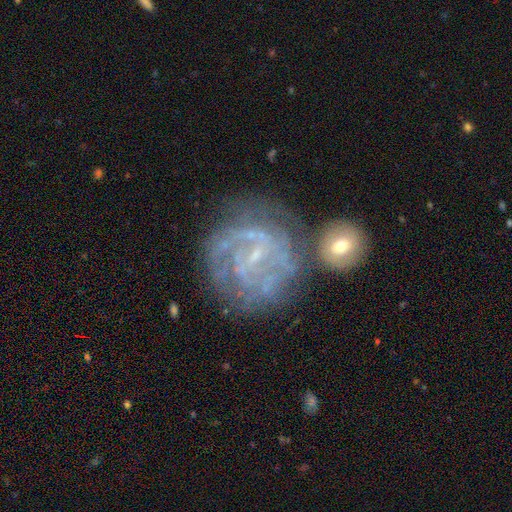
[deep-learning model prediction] This is likely a featured or disk galaxy (79%). It is clearly not viewed edge-on (97%). Bar: possibly weak (47%). Spiral arm pattern: clearly yes (83%). Spiral arm count: possibly can't tell (47%). Spiral winding: possibly tight (59%). Central bulge: likely small (70%). Merging: possibly none (53%).